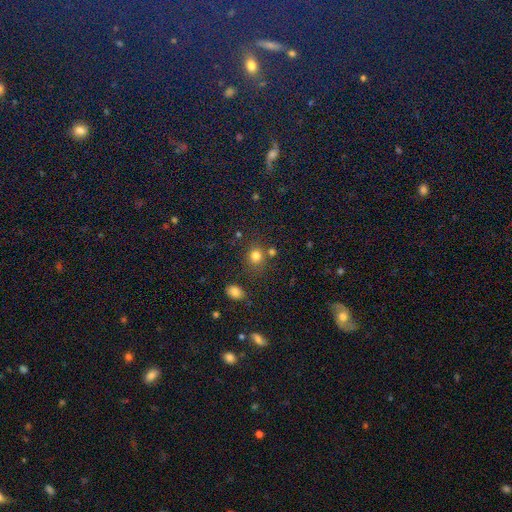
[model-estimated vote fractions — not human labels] Smooth or featured?
  - smooth: 78% *
  - star or artifact: 15%
  - featured or disk: 7%
How rounded?
  - round: 76% *
  - in between: 23%
  - cigar-shaped: 1%
Merging?
  - none: 71% *
  - merger: 12%
  - minor disturbance: 12%
  - major disturbance: 5%